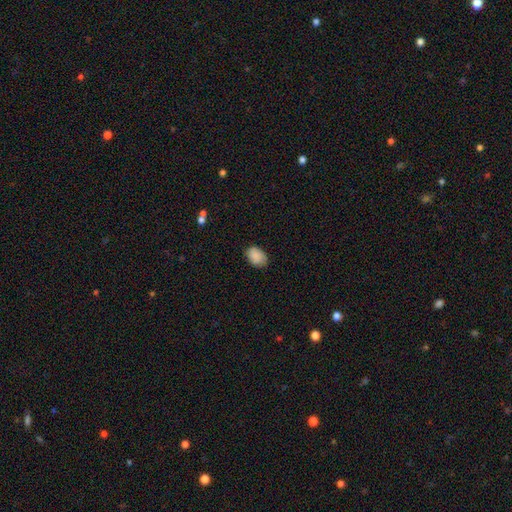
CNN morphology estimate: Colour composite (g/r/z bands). It shows a smooth galaxy with no disk features (88%) that is in between round and cigar-shaped (79%). Merging: none (76%).